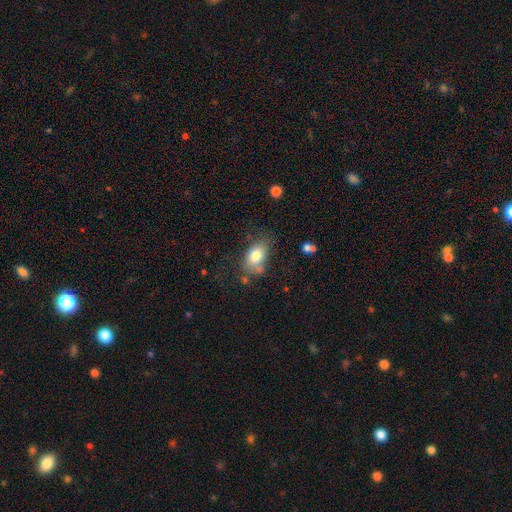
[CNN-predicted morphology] A smooth galaxy with no disk features (77%) that is in between round and cigar-shaped (85%). Merging: none (56%).